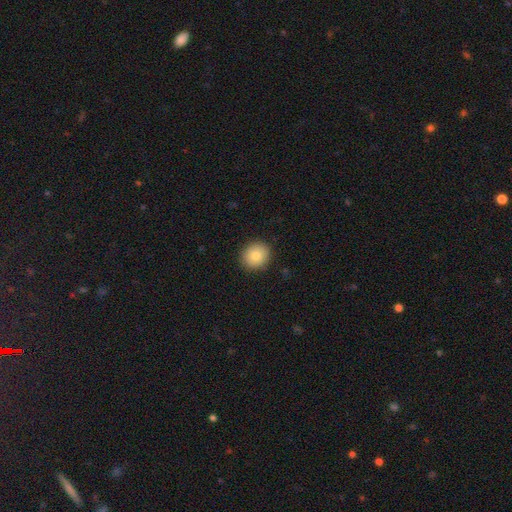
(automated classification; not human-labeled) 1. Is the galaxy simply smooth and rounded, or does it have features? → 82% smooth, 9% featured or disk, 9% star or artifact.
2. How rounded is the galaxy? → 83% round, 16% in between, 1% cigar-shaped.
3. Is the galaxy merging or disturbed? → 90% none, 7% minor disturbance, 2% major disturbance, 1% merger.